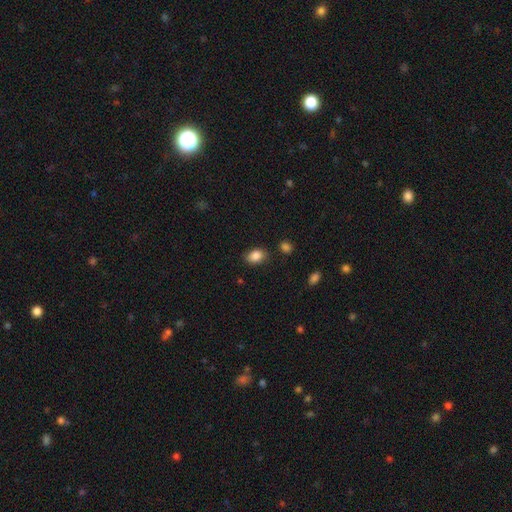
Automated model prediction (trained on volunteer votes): smooth-or-featured: smooth: 86% | star or artifact: 9% | featured or disk: 5%
  how-rounded: in between: 79% | round: 19% | cigar-shaped: 1%
  merging: none: 80% | minor disturbance: 14% | major disturbance: 3% | merger: 3%